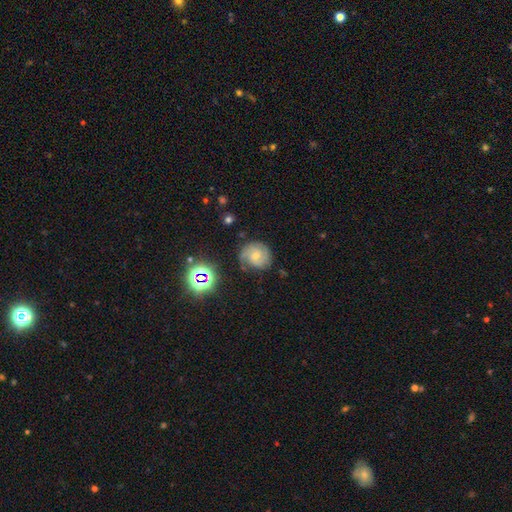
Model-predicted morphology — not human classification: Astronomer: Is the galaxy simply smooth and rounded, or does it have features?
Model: featured or disk — 73%.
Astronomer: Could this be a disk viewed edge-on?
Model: no — 98%.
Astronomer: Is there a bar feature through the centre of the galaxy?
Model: no — 56% (runner-up: weak, 37%).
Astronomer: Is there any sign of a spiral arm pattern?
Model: yes — 95%.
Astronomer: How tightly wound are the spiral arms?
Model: tight — 48% (runner-up: medium, 41%).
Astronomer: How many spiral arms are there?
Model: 2 — 58%.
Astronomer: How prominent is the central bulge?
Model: small — 56% (runner-up: moderate, 39%).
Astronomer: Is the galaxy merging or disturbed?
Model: none — 70%.